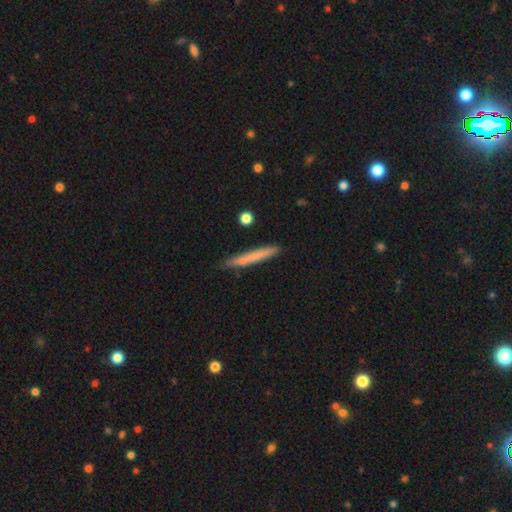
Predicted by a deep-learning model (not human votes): A smooth galaxy with no disk features (68%) that is cigar-shaped (96%). Merging: none (83%).